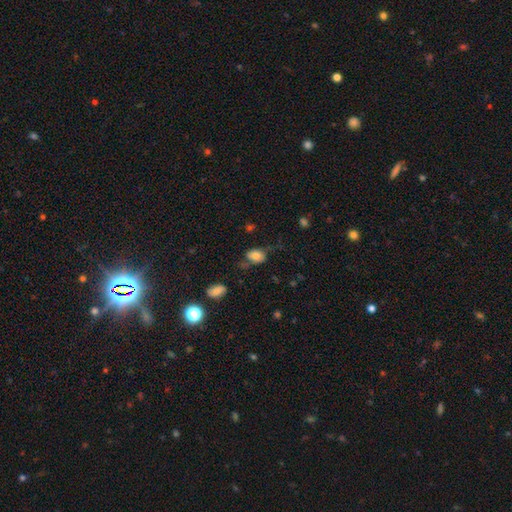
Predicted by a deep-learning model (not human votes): This appears to be a smooth galaxy with no disk features (73%) that is in between round and cigar-shaped (78%). Merging: none (53%).